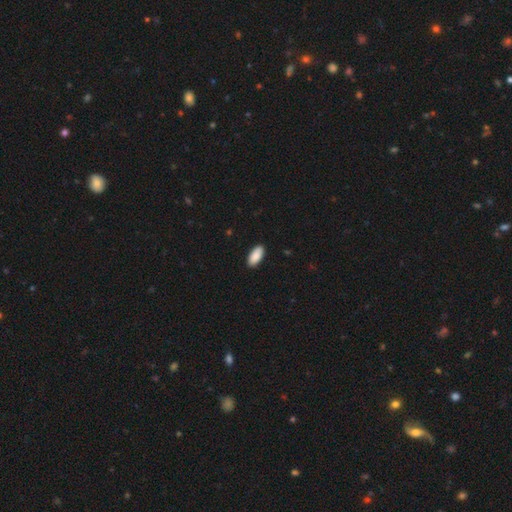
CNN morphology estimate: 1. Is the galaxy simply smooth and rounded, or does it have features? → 90% smooth, 6% star or artifact, 4% featured or disk.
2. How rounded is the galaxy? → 90% in between, 8% cigar-shaped, 2% round.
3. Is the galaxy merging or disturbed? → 90% none, 7% minor disturbance, 2% major disturbance, 1% merger.